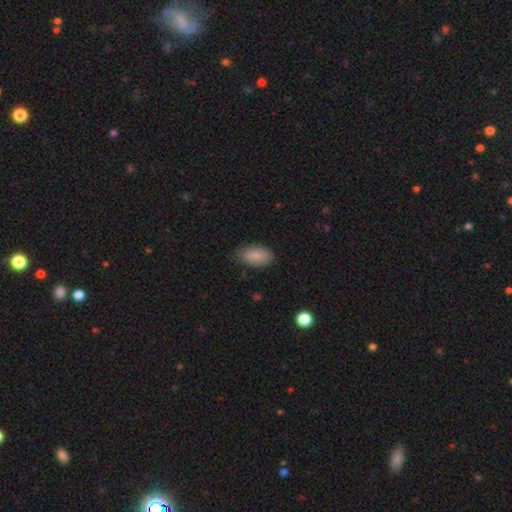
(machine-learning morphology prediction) Q: Smooth or featured?
A: smooth (87%); runner-up: star or artifact (7%)
Q: How rounded?
A: in between (93%); runner-up: round (5%)
Q: Merging?
A: none (80%); runner-up: minor disturbance (16%)